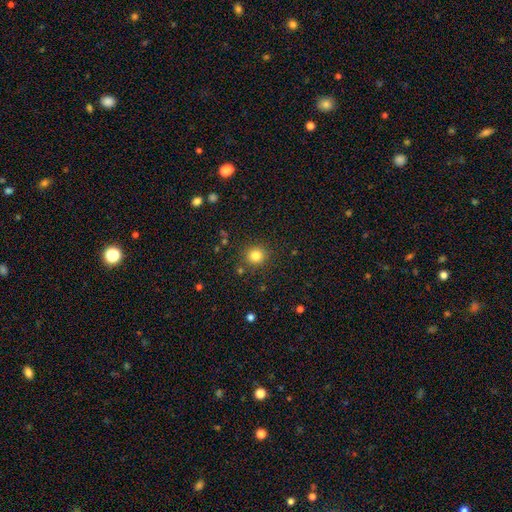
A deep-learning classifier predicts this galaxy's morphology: This appears to be a smooth galaxy with no disk features (82%) that is round (90%). Merging: none (88%).